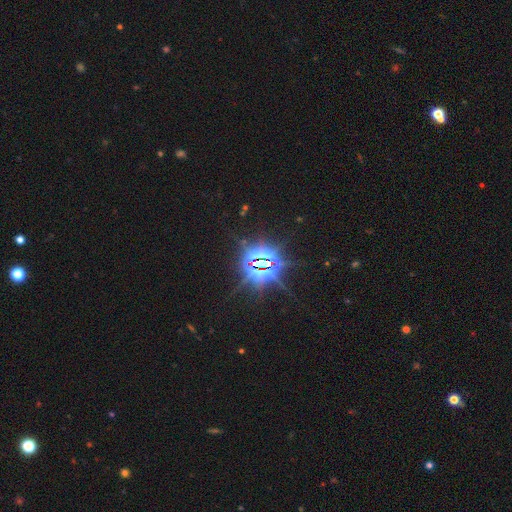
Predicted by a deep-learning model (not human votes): The model was most divided on "smooth or featured": star or artifact: 85%, smooth: 8%, featured or disk: 7%.